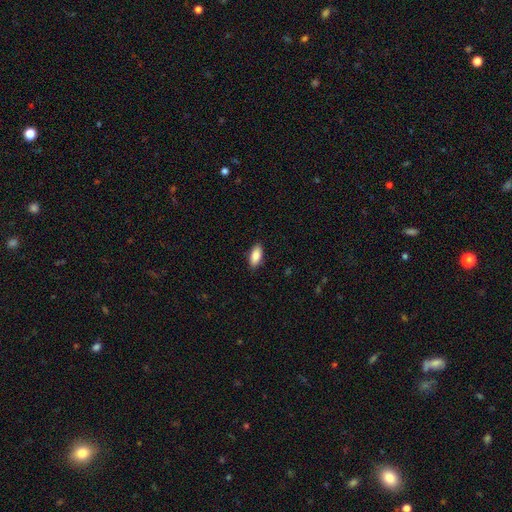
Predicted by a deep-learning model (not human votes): A smooth galaxy with no disk features (88%) that is in between round and cigar-shaped (88%). Merging: none (89%).